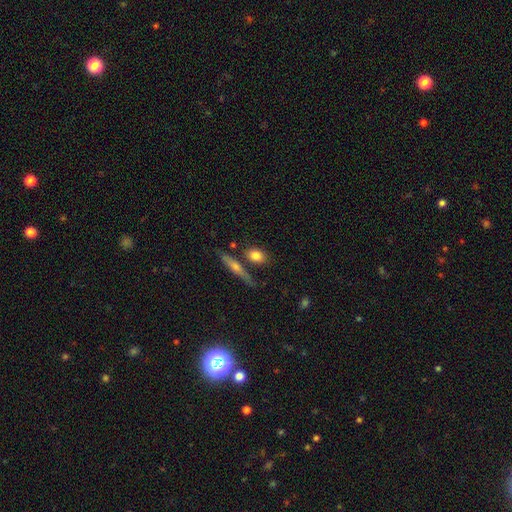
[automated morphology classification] smooth_or_featured: smooth (p=0.79) [alt: featured or disk p=0.13]
how_rounded: in between (p=0.63) [alt: round p=0.26]
merging: none (p=0.72) [alt: minor disturbance p=0.13]